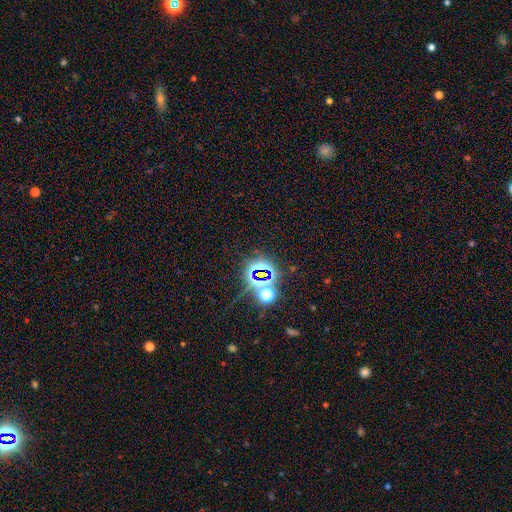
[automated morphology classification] Smooth or featured: star or artifact — 77% (smooth — 14%)